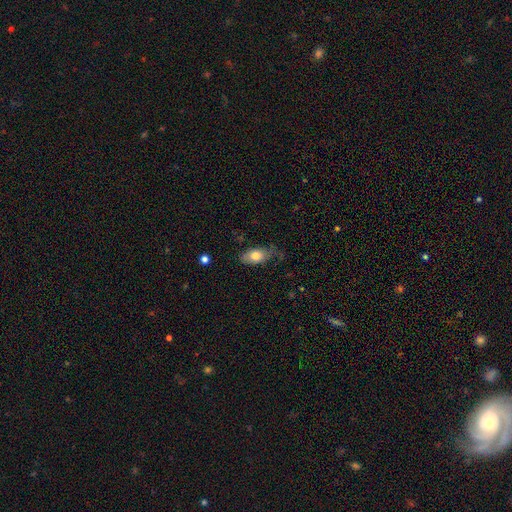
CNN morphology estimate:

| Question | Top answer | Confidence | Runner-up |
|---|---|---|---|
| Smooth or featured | smooth | 74% | featured or disk (19%) |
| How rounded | in between | 89% | round (6%) |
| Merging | none | 55% | minor disturbance (33%) |